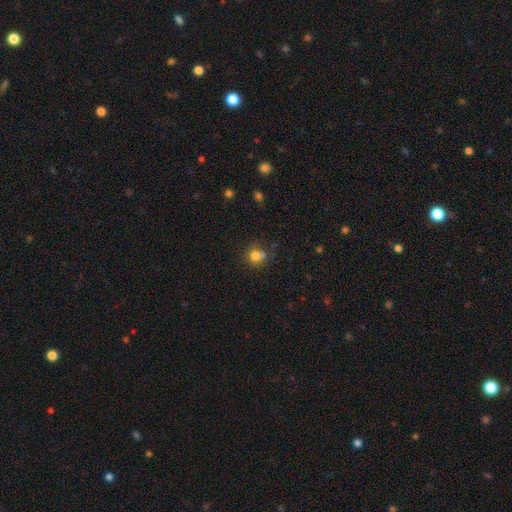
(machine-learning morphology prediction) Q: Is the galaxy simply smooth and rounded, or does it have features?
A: smooth — 78%.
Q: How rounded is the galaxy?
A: round — 85%.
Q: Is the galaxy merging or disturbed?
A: none — 57%.